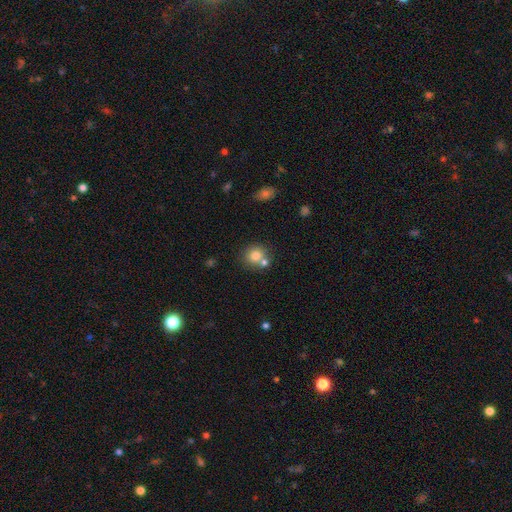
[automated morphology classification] Smooth or featured? smooth (79%)
How rounded? round (82%)
Merging? none (56%)